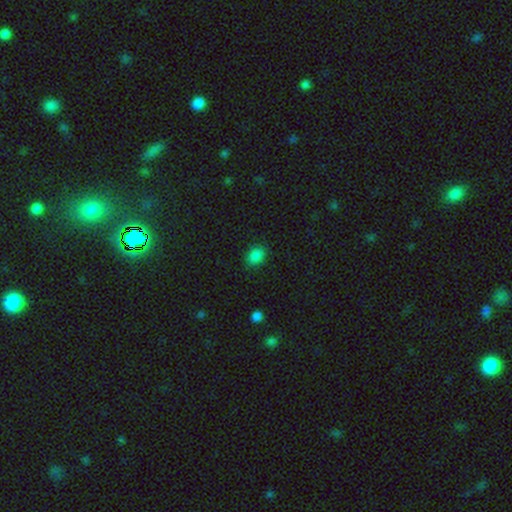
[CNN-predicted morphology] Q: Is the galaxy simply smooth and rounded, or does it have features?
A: smooth — 84%.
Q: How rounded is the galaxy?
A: in between — 60%.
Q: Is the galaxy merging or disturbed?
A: none — 87%.